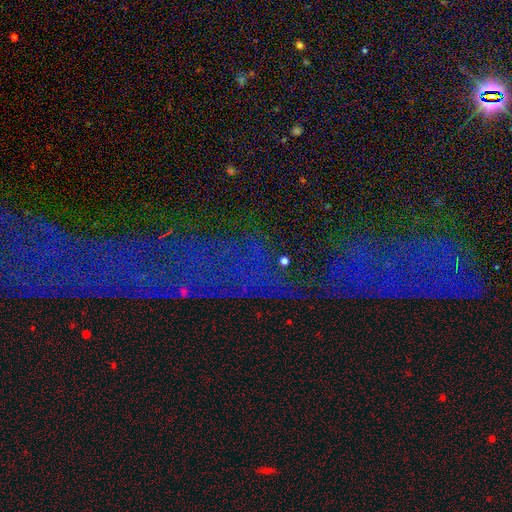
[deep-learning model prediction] Q: Smooth or featured?
A: star or artifact (72%); runner-up: featured or disk (15%)